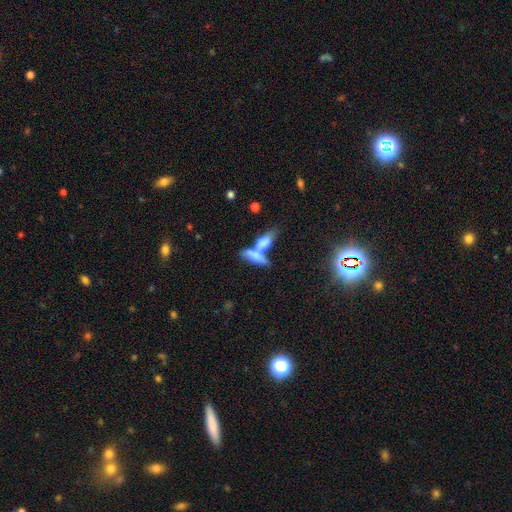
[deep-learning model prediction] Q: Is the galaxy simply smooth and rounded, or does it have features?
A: smooth — 69%.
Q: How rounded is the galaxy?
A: in between — 53%.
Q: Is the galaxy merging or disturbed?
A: merger — 63%.